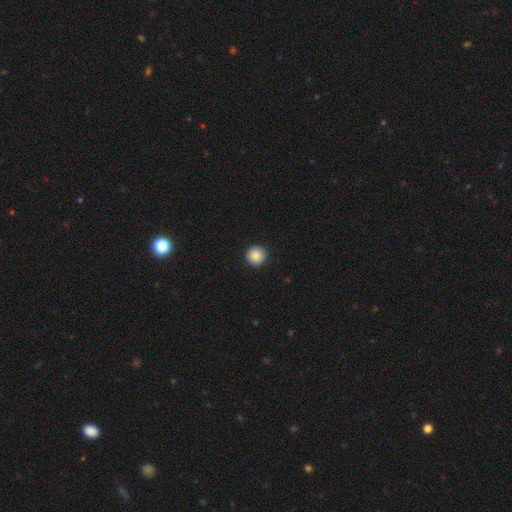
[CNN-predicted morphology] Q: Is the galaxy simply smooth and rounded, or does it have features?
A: smooth — 88%.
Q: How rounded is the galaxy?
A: round — 96%.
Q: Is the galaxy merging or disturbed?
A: none — 94%.